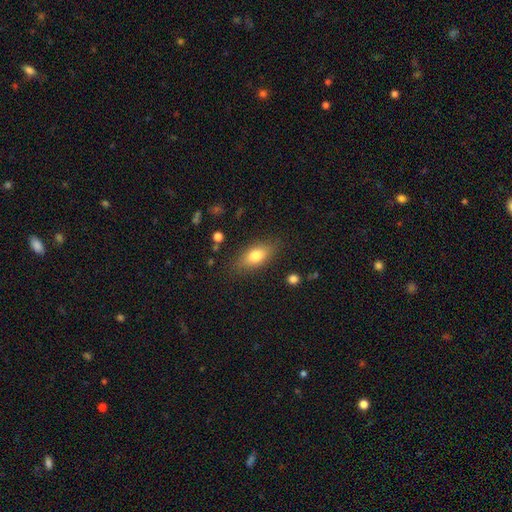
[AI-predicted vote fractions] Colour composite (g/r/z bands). It shows a smooth galaxy with no disk features (76%) that is in between round and cigar-shaped (81%). Merging: none (82%).